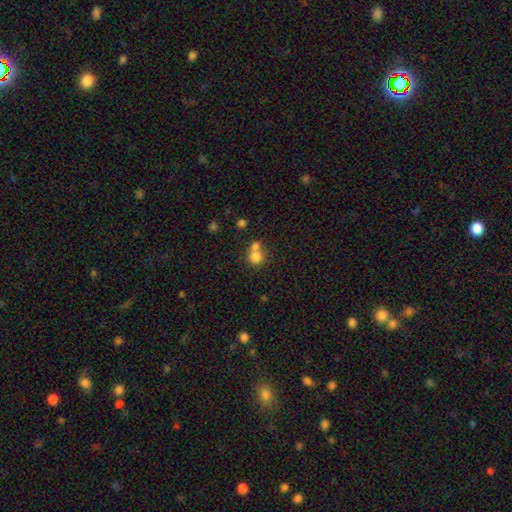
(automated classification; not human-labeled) Smooth or featured? Predicted: smooth (p=0.76). How rounded? Predicted: round (p=0.81). Merging? Predicted: merger (p=0.52).